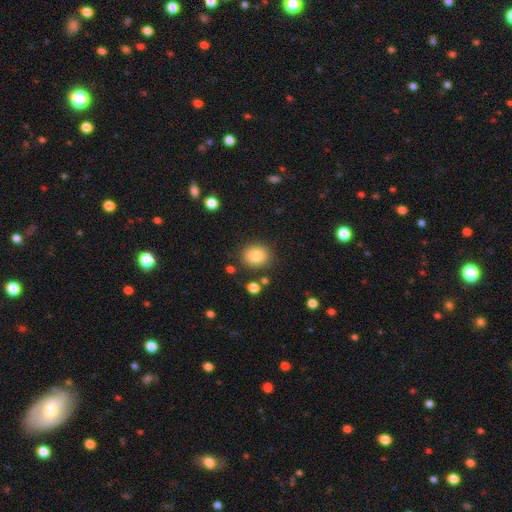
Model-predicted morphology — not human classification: smooth_or_featured: smooth (p=0.83) [alt: star or artifact p=0.10]
how_rounded: round (p=0.74) [alt: in between p=0.25]
merging: none (p=0.85) [alt: minor disturbance p=0.09]